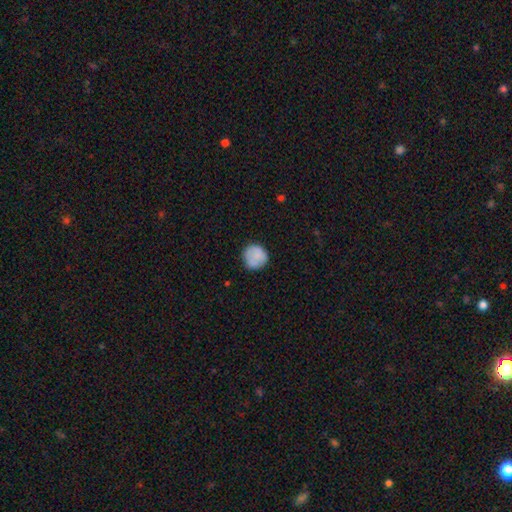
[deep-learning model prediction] Smooth or featured? Predicted: smooth (p=0.81). How rounded? Predicted: round (p=0.90). Merging? Predicted: none (p=0.78).